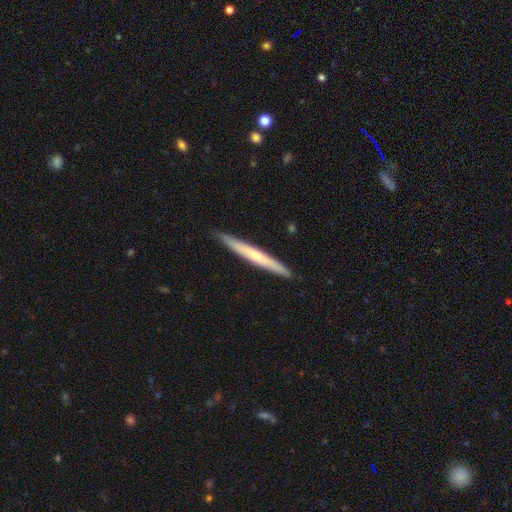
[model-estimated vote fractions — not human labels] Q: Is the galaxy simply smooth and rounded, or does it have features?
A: featured or disk — 56%.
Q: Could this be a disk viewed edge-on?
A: yes — 95%.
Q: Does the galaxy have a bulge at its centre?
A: rounded — 56%.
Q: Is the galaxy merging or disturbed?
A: none — 90%.